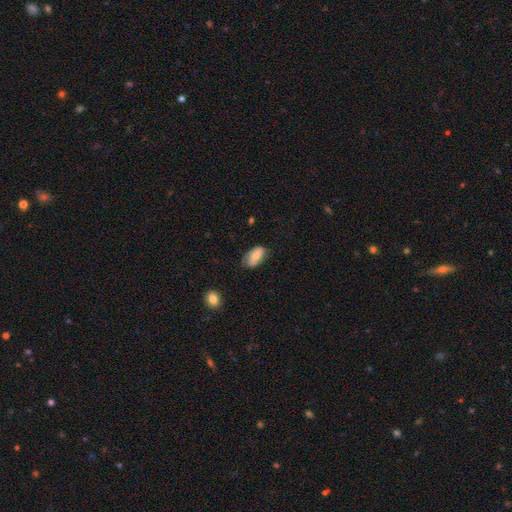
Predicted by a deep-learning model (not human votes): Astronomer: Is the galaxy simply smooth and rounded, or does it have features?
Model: smooth — 66%.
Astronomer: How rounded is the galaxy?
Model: in between — 92%.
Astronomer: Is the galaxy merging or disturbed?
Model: none — 65%.